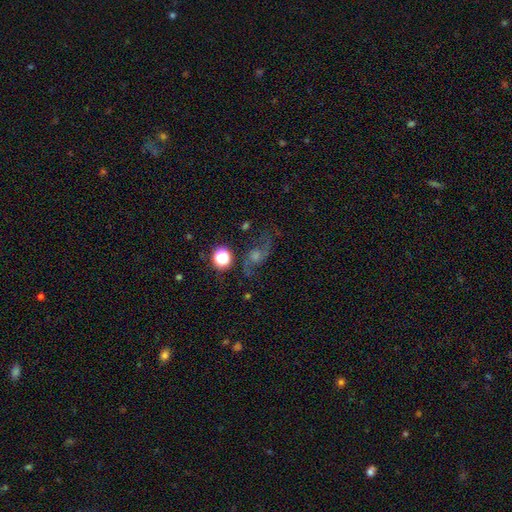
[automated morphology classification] Q: Smooth or featured?
A: featured or disk (65%); runner-up: star or artifact (20%)
Q: Edge-on disk?
A: no (94%); runner-up: yes (6%)
Q: Bar?
A: no (64%); runner-up: weak (29%)
Q: Spiral arms?
A: yes (93%); runner-up: no (7%)
Q: Spiral winding?
A: loose (67%); runner-up: medium (27%)
Q: Spiral arm count?
A: 2 (91%); runner-up: can't tell (3%)
Q: Bulge size?
A: moderate (46%); runner-up: small (31%)
Q: Merging?
A: none (72%); runner-up: minor disturbance (15%)